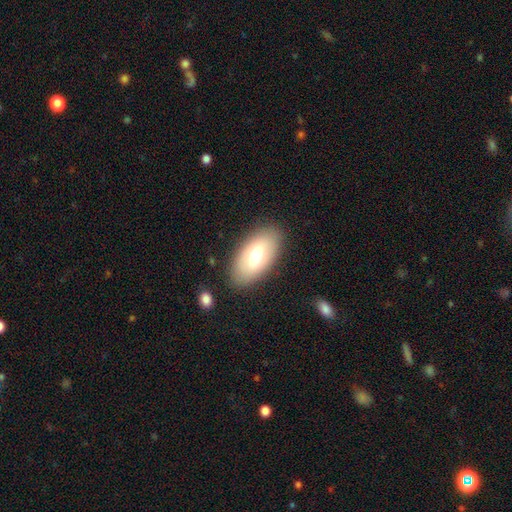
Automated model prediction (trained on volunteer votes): Smooth or featured: smooth — 69% (featured or disk — 24%)
How rounded: in between — 94% (cigar-shaped — 4%)
Merging: none — 86% (minor disturbance — 9%)